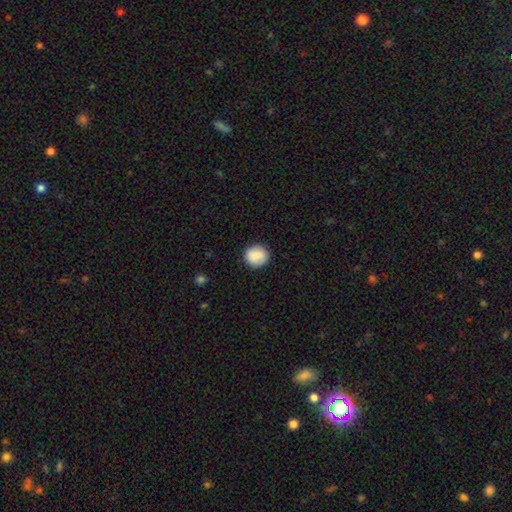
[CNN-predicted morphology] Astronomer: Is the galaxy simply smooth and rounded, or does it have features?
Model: smooth — 85%.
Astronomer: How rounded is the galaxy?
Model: round — 91%.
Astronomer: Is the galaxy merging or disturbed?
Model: none — 90%.